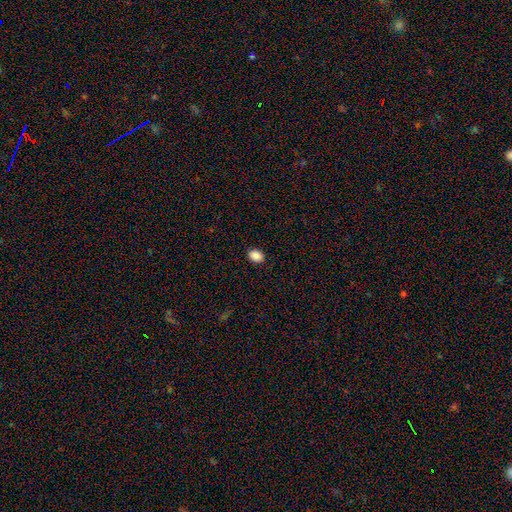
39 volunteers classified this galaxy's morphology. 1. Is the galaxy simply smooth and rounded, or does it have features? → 92% smooth, 8% star or artifact, 0% featured or disk.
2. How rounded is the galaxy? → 81% in between, 19% round, 0% cigar-shaped.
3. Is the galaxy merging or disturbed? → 94% none, 6% minor disturbance, 0% major disturbance, 0% merger.